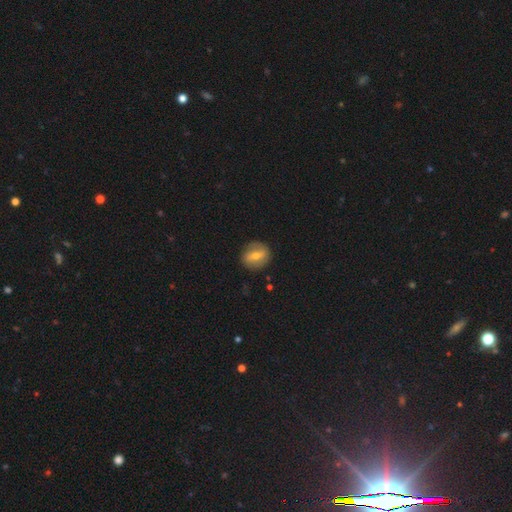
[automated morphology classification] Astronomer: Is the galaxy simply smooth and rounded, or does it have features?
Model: featured or disk — 51% (runner-up: smooth, 41%).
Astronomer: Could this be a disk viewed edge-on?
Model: no — 92%.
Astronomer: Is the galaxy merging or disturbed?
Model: none — 83%.